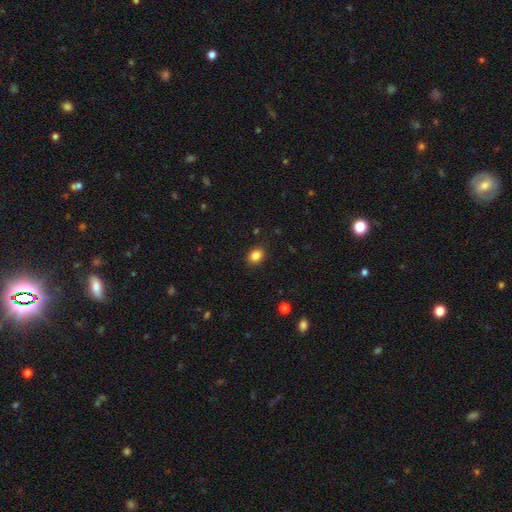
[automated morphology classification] Overall: smooth (85%). How rounded: in between (61%; round 38%). Merging: none (88%).